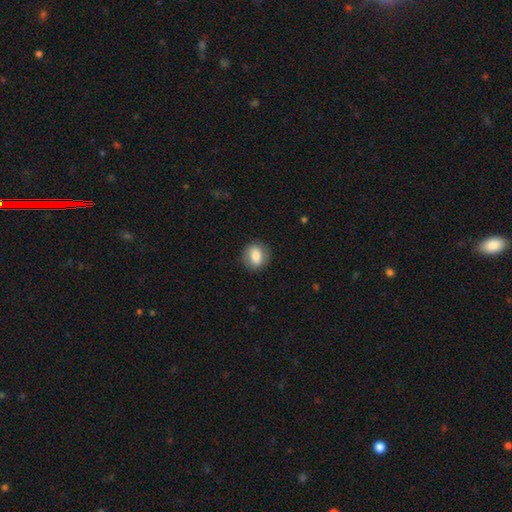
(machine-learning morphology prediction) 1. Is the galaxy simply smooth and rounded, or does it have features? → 75% smooth, 17% featured or disk, 8% star or artifact.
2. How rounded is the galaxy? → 53% round, 45% in between, 2% cigar-shaped.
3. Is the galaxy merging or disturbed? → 83% none, 12% minor disturbance, 4% major disturbance, 1% merger.